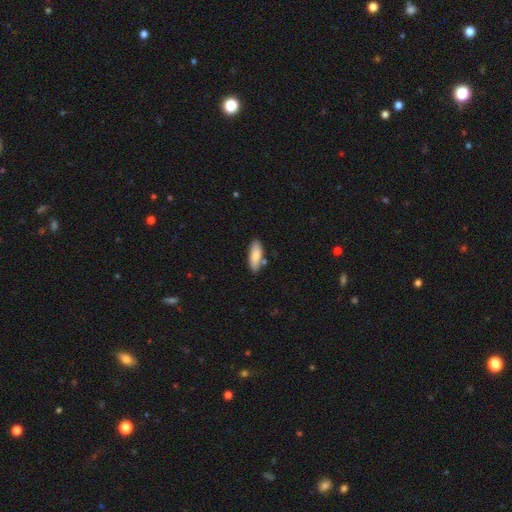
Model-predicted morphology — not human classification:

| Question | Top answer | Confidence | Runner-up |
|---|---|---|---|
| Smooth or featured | smooth | 83% | featured or disk (11%) |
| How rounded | in between | 69% | cigar-shaped (29%) |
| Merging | none | 77% | minor disturbance (15%) |